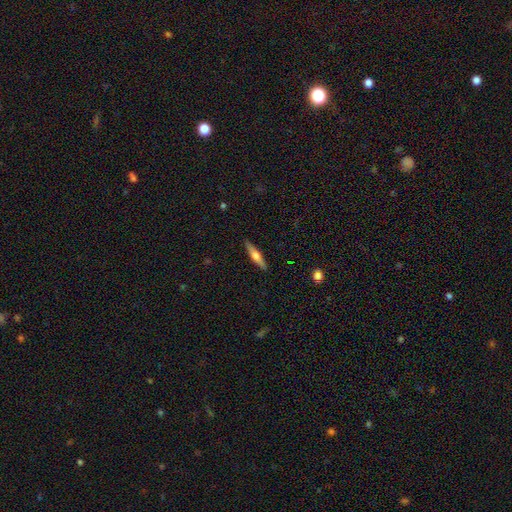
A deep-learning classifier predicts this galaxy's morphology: type=featured or disk (52%); edge-on=yes (96%); merging=none (90%).